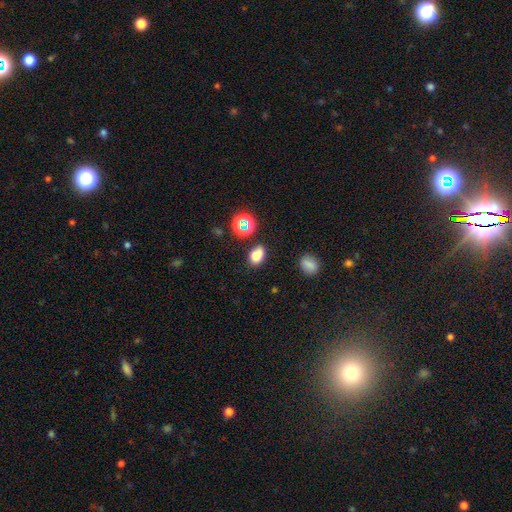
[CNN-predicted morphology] type=smooth (76%); roundness=in between (76%); merging=none (70%).